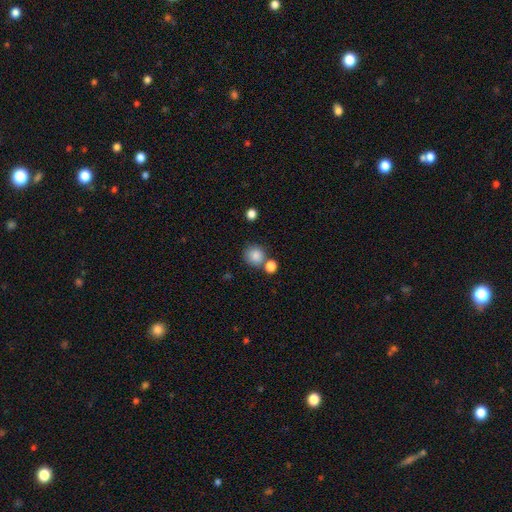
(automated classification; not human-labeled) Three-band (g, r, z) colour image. It shows a smooth galaxy with no disk features (85%) that is round (86%). Merging: none (68%).